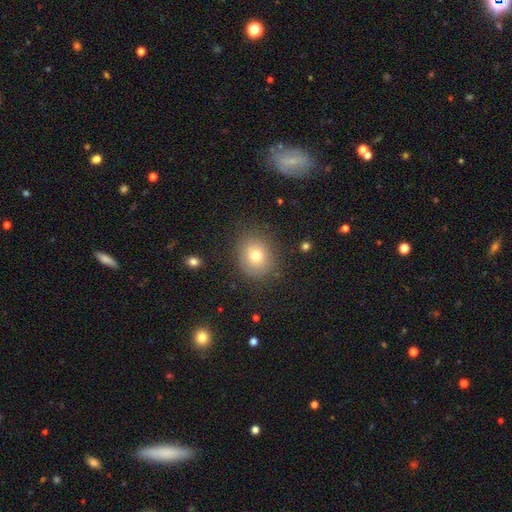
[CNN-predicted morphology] smooth 73%, featured or disk 15%, star or artifact 12%. Down the decision tree: how rounded — round (69%); merging — none (80%).